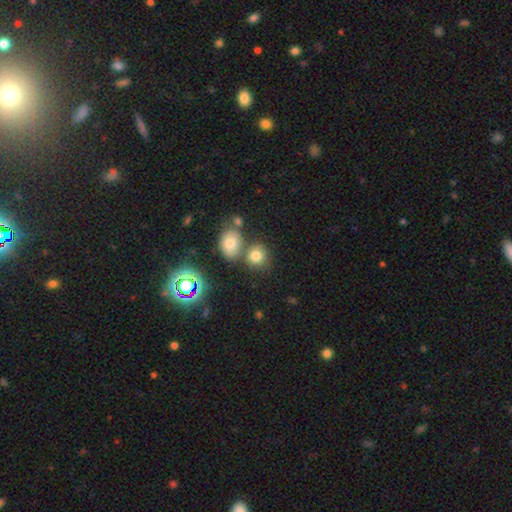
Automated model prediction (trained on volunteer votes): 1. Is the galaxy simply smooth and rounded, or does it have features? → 74% smooth, 17% star or artifact, 9% featured or disk.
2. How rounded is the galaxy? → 76% round, 23% in between, 1% cigar-shaped.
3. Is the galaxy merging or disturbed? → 61% none, 24% merger, 10% minor disturbance, 4% major disturbance.